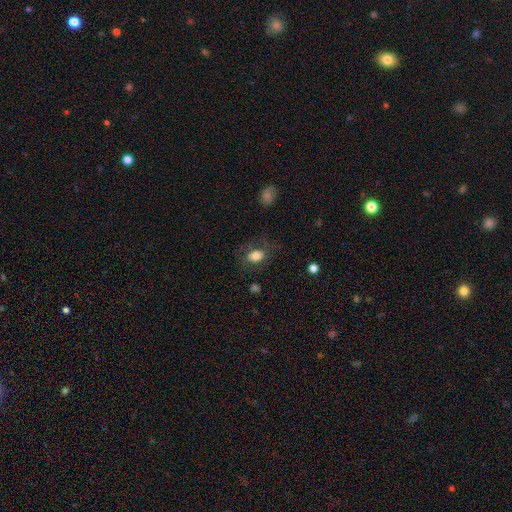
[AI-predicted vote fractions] This appears to be a smooth galaxy with no disk features (76%) that is in between round and cigar-shaped (72%). Merging: none (68%).